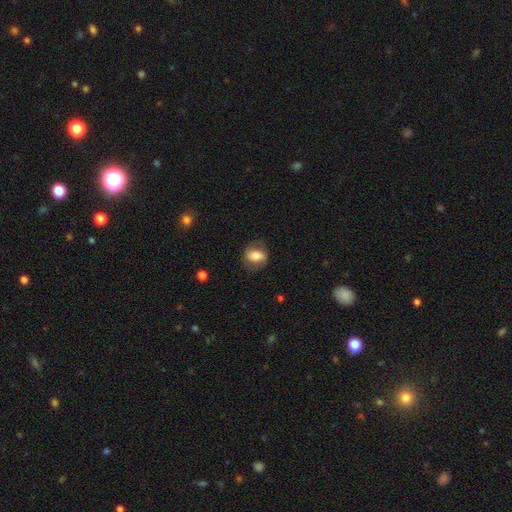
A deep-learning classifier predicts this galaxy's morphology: smooth 66%, featured or disk 27%, star or artifact 8%. Down the decision tree: how rounded — in between (63%); merging — none (74%).